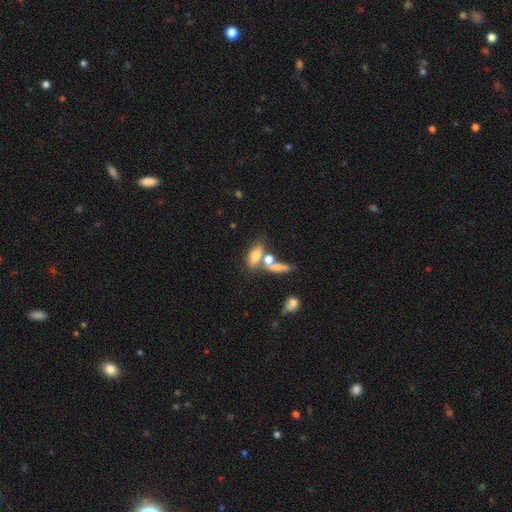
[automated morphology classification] This is likely a smooth galaxy (68%). How rounded: likely in between (76%). Merging: marginally merger (44%).